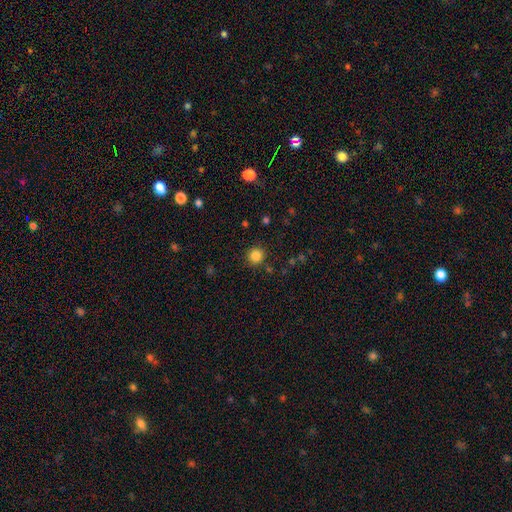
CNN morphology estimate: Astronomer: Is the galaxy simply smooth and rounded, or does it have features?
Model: smooth — 84%.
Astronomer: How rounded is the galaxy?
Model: round — 92%.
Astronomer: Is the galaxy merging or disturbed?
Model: none — 88%.